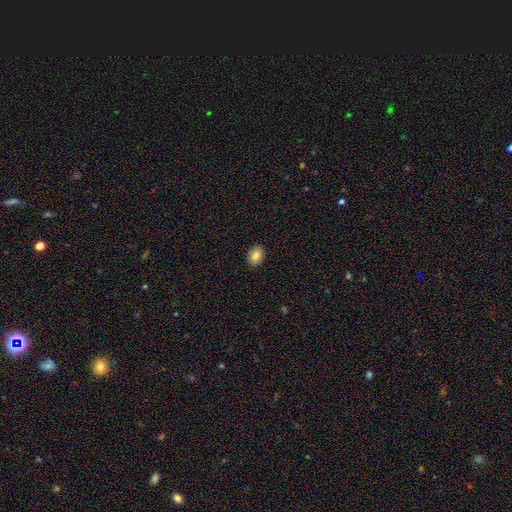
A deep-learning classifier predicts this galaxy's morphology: The model was most divided on "how rounded": in between: 67%, round: 32%, cigar-shaped: 1%. More confident: merging — none (89%); smooth or featured — smooth (83%).